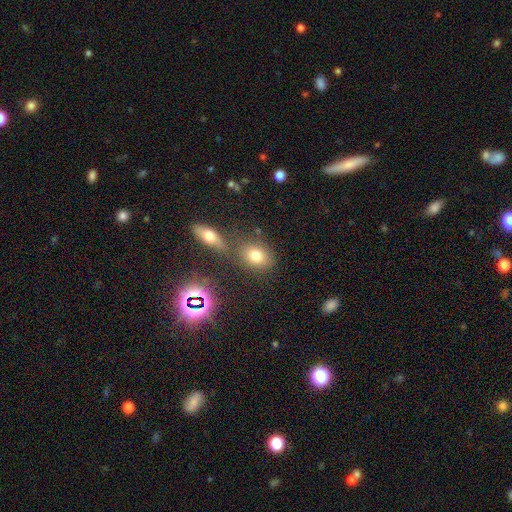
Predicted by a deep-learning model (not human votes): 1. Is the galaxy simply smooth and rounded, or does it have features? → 73% smooth, 15% star or artifact, 11% featured or disk.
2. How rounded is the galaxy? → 60% in between, 38% round, 2% cigar-shaped.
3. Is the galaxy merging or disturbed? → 71% none, 13% merger, 11% minor disturbance, 4% major disturbance.